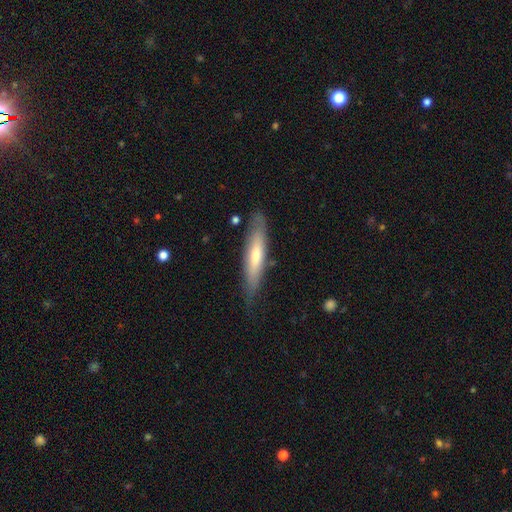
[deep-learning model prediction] A smooth galaxy with no disk features (59%) that is cigar-shaped (80%). Merging: none (76%).